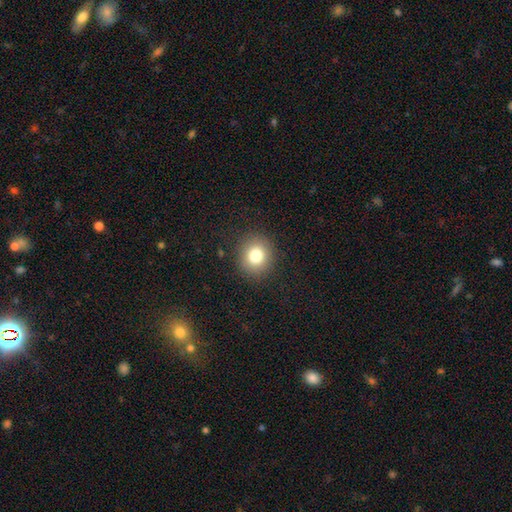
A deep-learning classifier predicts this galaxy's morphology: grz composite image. It shows a smooth galaxy with no disk features (79%) that is round (84%). Merging: none (89%).